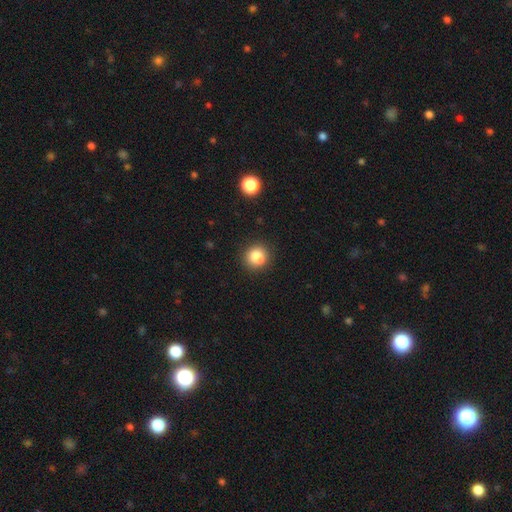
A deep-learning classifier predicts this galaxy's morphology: Q: Smooth or featured?
A: smooth (84%); runner-up: star or artifact (11%)
Q: How rounded?
A: round (83%); runner-up: in between (16%)
Q: Merging?
A: none (85%); runner-up: minor disturbance (10%)